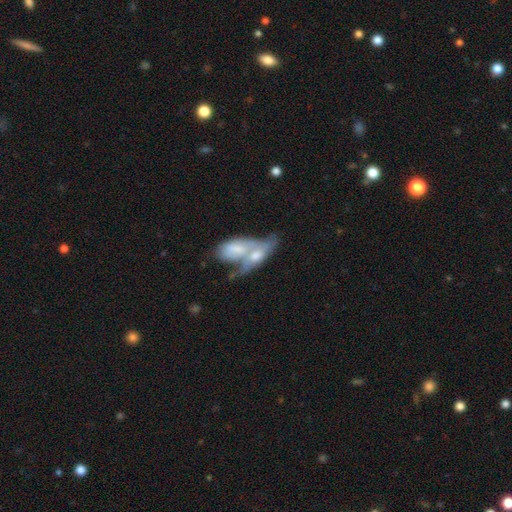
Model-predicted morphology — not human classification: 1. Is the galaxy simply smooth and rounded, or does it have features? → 50% smooth, 43% featured or disk, 6% star or artifact.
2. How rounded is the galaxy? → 79% in between, 16% cigar-shaped, 5% round.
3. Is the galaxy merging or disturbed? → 74% merger, 11% none, 8% major disturbance, 7% minor disturbance.